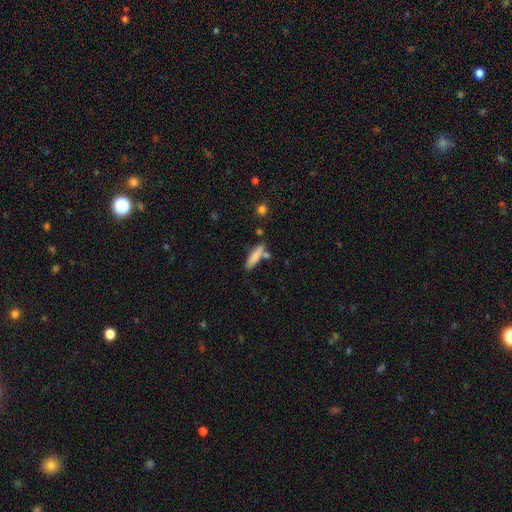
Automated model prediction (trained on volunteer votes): Morphology: type=smooth (80%); roundness=cigar-shaped (73%); merging=none (67%).